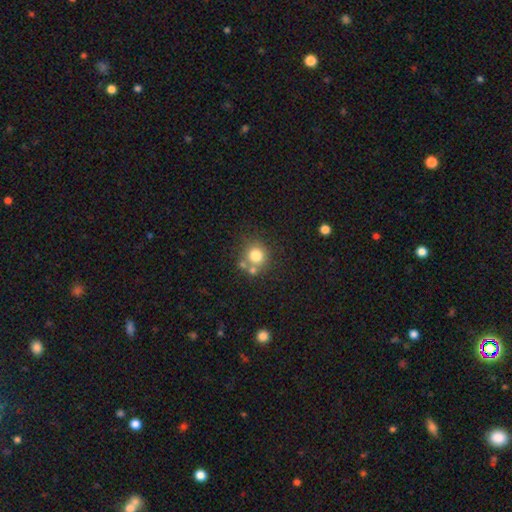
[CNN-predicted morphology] Q: Smooth or featured?
A: smooth (76%); runner-up: star or artifact (13%)
Q: How rounded?
A: round (88%); runner-up: in between (11%)
Q: Merging?
A: none (61%); runner-up: merger (24%)